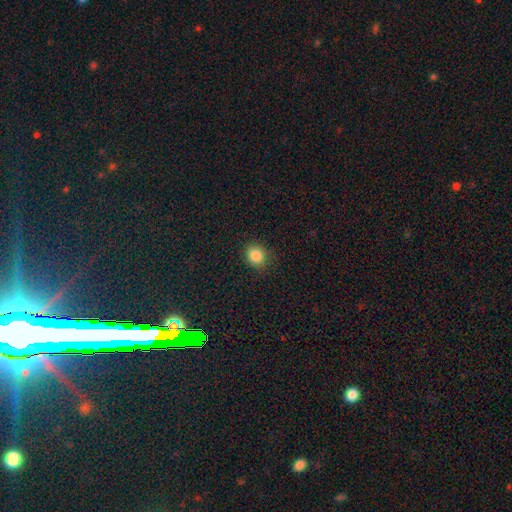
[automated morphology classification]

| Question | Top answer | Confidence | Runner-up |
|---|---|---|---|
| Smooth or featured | smooth | 86% | star or artifact (10%) |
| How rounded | round | 72% | in between (27%) |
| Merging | none | 87% | minor disturbance (9%) |